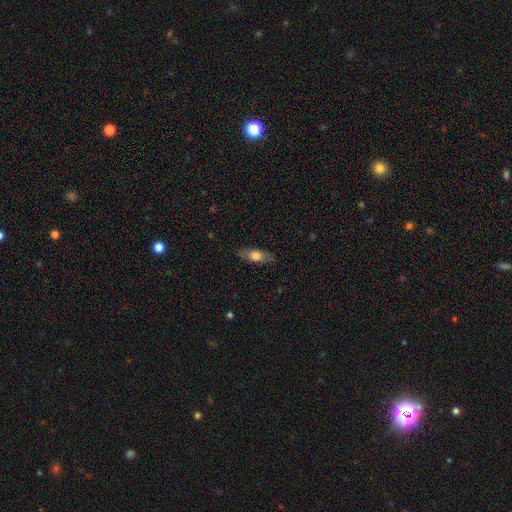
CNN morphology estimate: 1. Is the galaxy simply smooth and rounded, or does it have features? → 66% smooth, 27% featured or disk, 7% star or artifact.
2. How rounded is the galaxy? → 70% in between, 26% cigar-shaped, 4% round.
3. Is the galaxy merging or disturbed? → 83% none, 13% minor disturbance, 3% major disturbance, 1% merger.